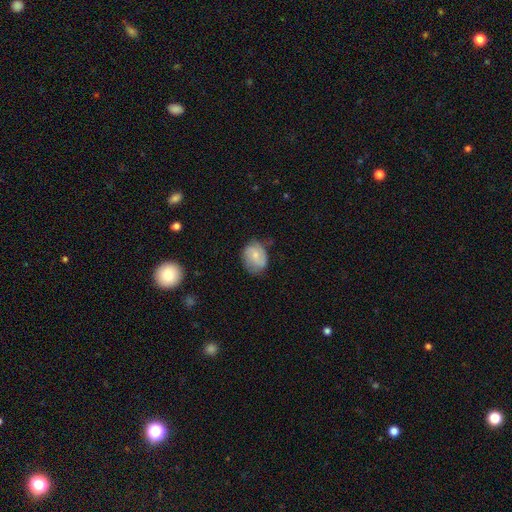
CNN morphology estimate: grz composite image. It shows a smooth galaxy with no disk features (59%) that is in between round and cigar-shaped (52%). Merging: none (62%).